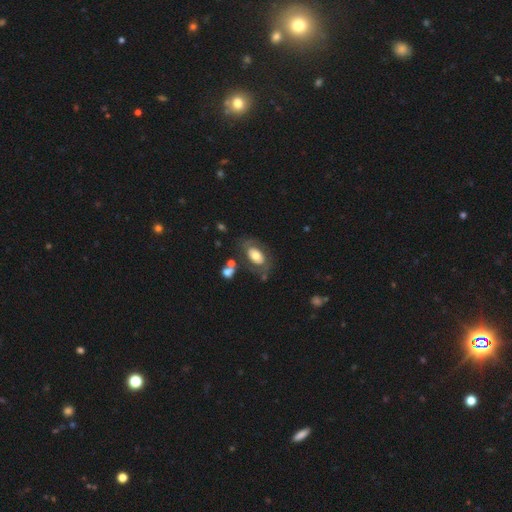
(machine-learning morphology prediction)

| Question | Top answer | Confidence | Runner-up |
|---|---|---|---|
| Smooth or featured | smooth | 52% | featured or disk (41%) |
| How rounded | in between | 88% | round (10%) |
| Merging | none | 63% | minor disturbance (18%) |